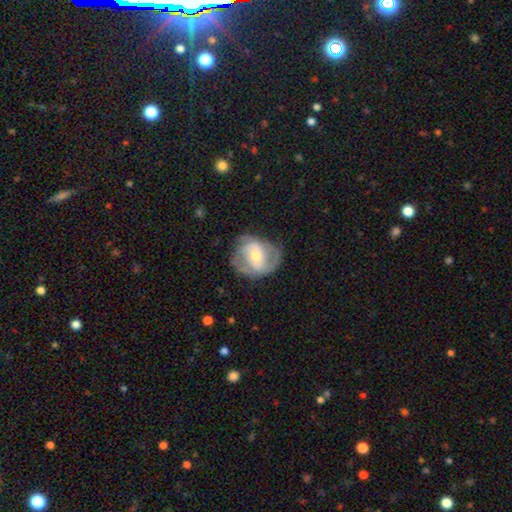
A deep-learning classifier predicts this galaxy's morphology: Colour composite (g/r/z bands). It shows a featured or disk galaxy (75%) with no bar (53%), 2 (58%) medium (44%) spiral arms (87%) and a moderate central bulge (51%). Merging: none (66%).